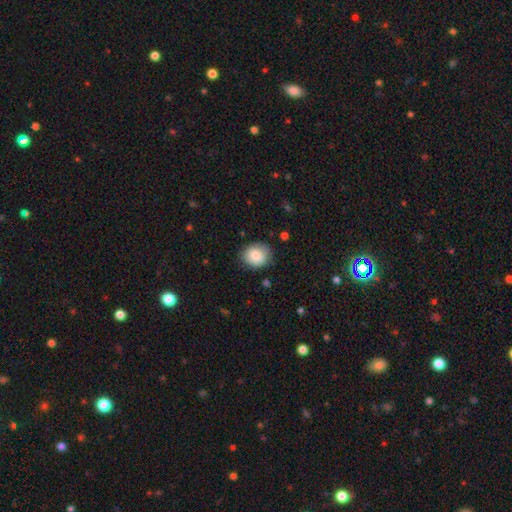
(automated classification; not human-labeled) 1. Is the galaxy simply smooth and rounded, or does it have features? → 84% smooth, 8% featured or disk, 8% star or artifact.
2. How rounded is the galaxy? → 72% round, 27% in between, 1% cigar-shaped.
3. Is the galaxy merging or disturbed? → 82% none, 14% minor disturbance, 3% major disturbance, 1% merger.